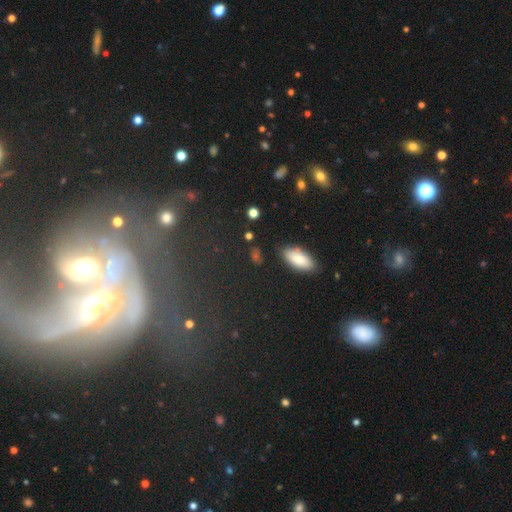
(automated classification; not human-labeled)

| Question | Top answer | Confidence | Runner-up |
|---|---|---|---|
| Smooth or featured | smooth | 73% | star or artifact (15%) |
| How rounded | in between | 73% | cigar-shaped (19%) |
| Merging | none | 83% | minor disturbance (11%) |